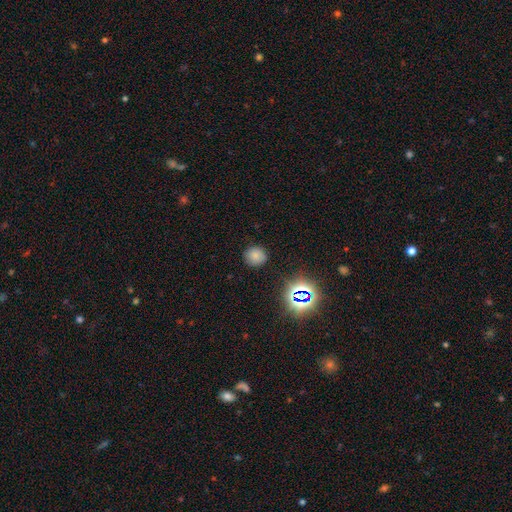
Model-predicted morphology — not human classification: Smooth or featured? smooth (75%)
How rounded? round (89%)
Merging? none (88%)